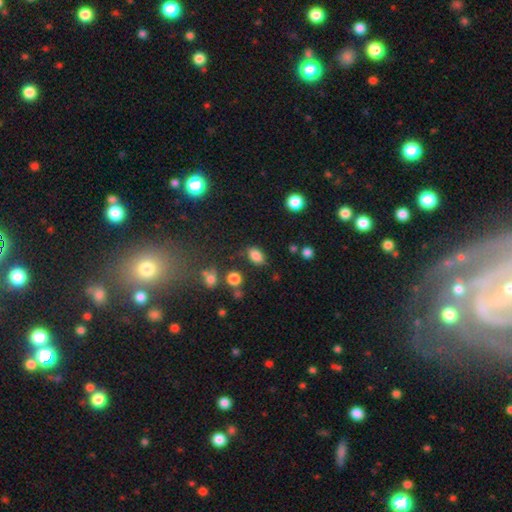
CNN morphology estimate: smooth_or_featured: smooth (p=0.84) [alt: star or artifact p=0.11]
how_rounded: in between (p=0.85) [alt: round p=0.14]
merging: none (p=0.75) [alt: minor disturbance p=0.16]